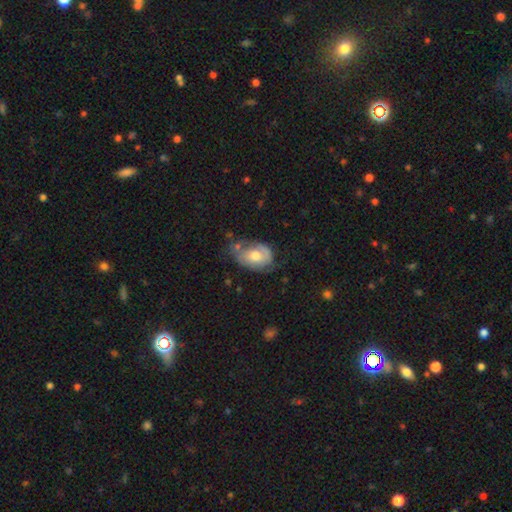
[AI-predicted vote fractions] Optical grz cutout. It shows a featured or disk galaxy (47%). Merging: none (44%).